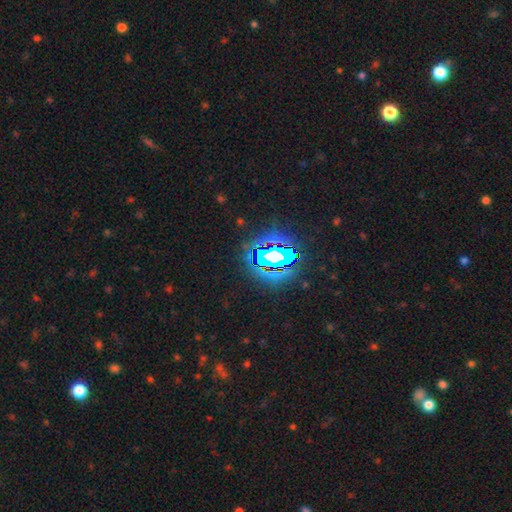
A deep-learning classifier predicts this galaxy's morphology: star or artifact 77%, smooth 13%, featured or disk 10%.